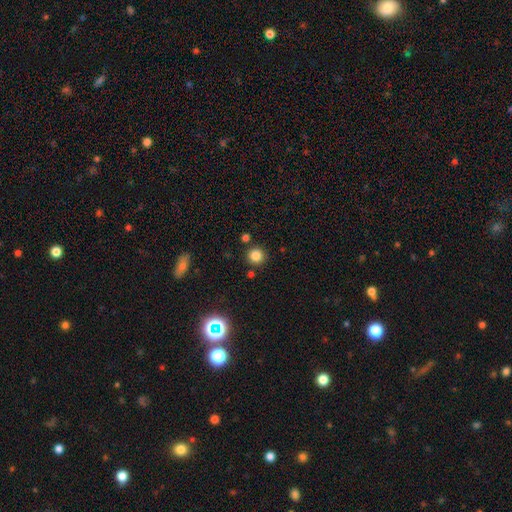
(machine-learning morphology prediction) Smooth or featured? Predicted: smooth (p=0.82). How rounded? Predicted: round (p=0.93). Merging? Predicted: none (p=0.85).